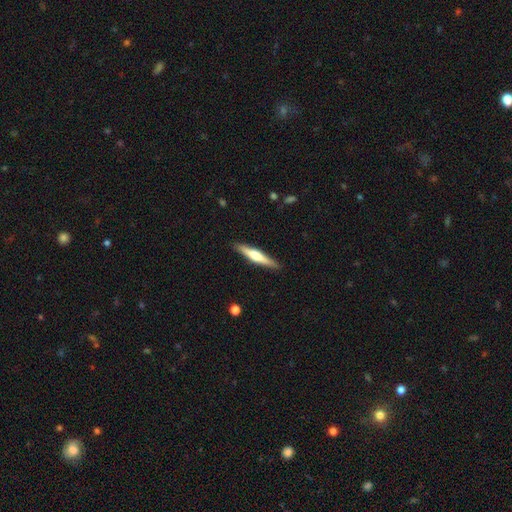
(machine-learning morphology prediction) type=featured or disk (55%); edge-on=yes (96%); edge-on bulge=rounded (80%); merging=none (90%).